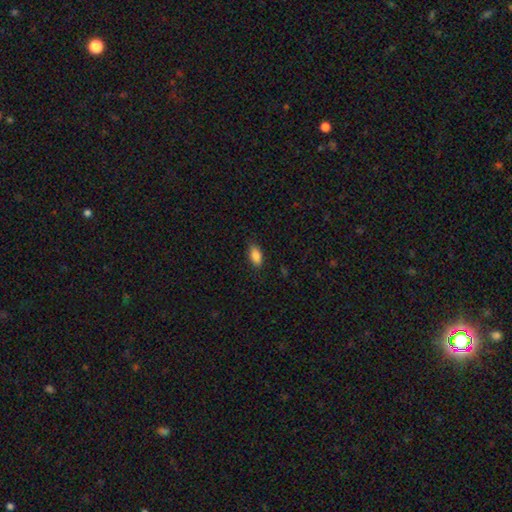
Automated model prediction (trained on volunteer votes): smooth_or_featured: smooth (p=0.87) [alt: star or artifact p=0.08]
how_rounded: in between (p=0.89) [alt: cigar-shaped p=0.06]
merging: none (p=0.81) [alt: minor disturbance p=0.15]